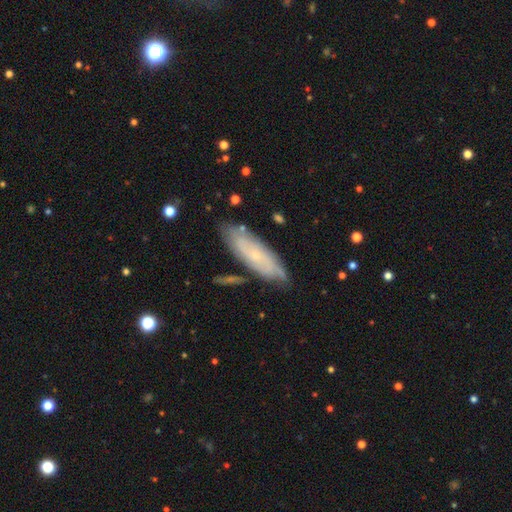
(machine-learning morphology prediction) featured or disk 53%, smooth 34%, star or artifact 13%. Down the decision tree: edge-on disk — no (72%); merging — none (80%).